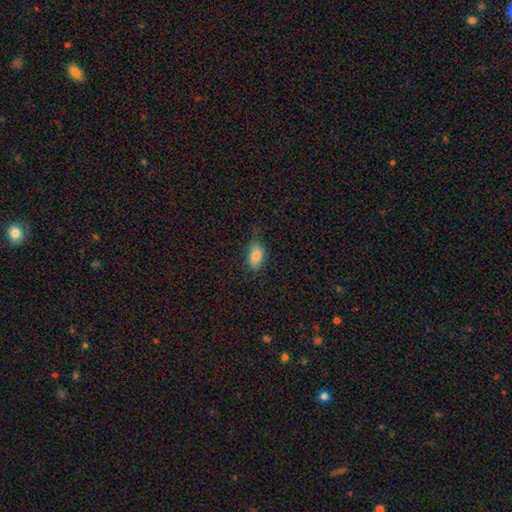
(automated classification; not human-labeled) A smooth galaxy with no disk features (83%) that is in between round and cigar-shaped (88%).

Vote fractions:
- Smooth or featured? smooth: 83% / star or artifact: 9% / featured or disk: 8%
- How rounded? in between: 88% / round: 9% / cigar-shaped: 3%
- Merging? none: 68% / minor disturbance: 24% / major disturbance: 7% / merger: 1%